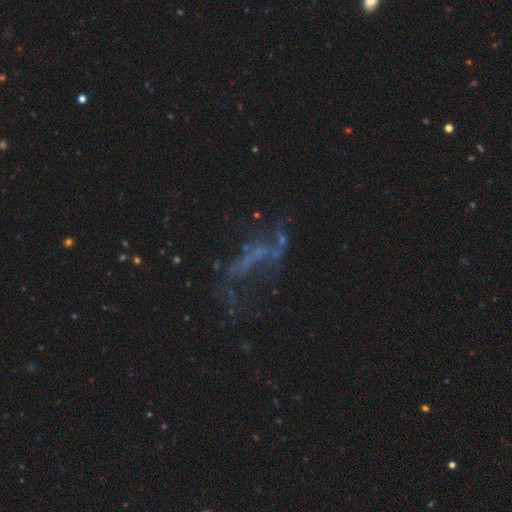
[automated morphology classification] Smooth or featured? featured or disk (49%)
Merging? none (38%, tied with major disturbance)